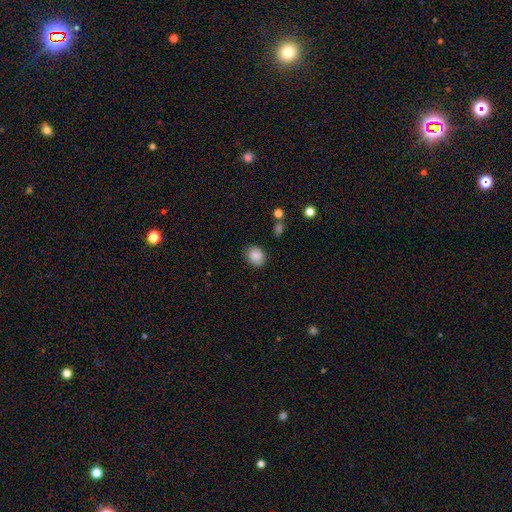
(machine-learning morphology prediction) smooth-or-featured: smooth: 86% | star or artifact: 8% | featured or disk: 6%
  how-rounded: in between: 50% | round: 49% | cigar-shaped: 1%
  merging: none: 81% | minor disturbance: 14% | major disturbance: 3% | merger: 2%